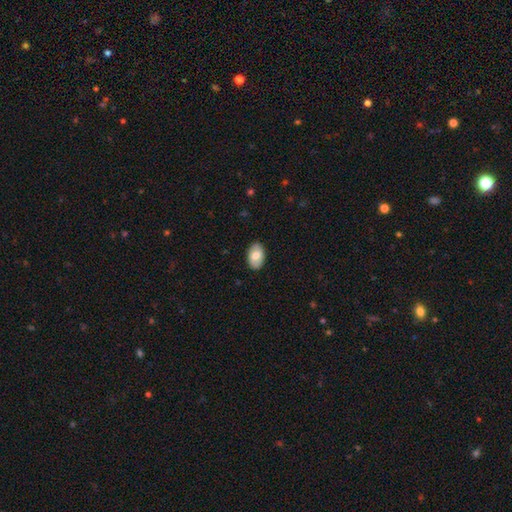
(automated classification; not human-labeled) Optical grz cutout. It shows a smooth galaxy with no disk features (69%) that is in between round and cigar-shaped (91%). Merging: none (87%).